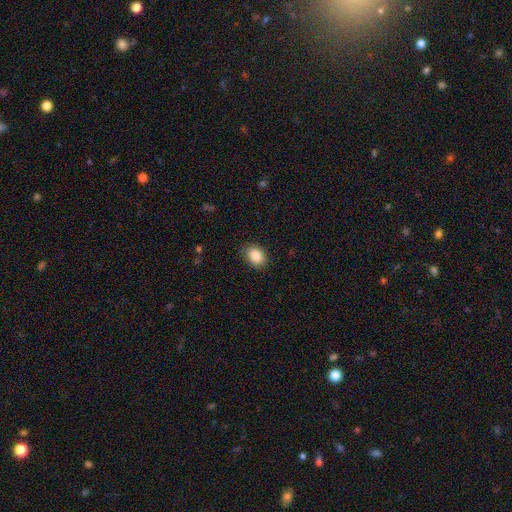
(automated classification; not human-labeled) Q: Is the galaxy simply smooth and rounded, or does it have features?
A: smooth — 88%.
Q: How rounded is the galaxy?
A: in between — 69%.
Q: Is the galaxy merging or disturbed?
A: none — 87%.